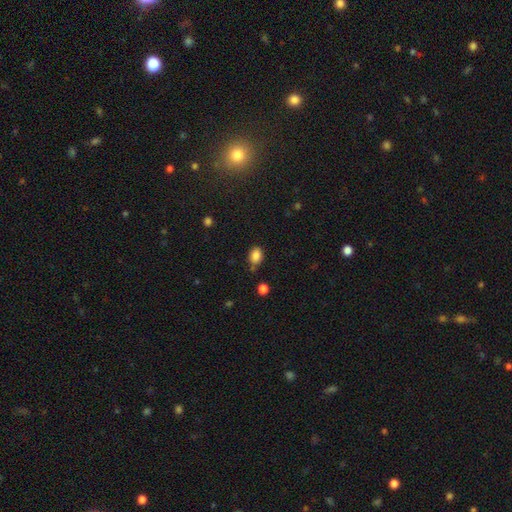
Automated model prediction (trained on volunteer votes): smooth 85%, star or artifact 10%, featured or disk 5%. Down the decision tree: how rounded — in between (70%); merging — none (66%).